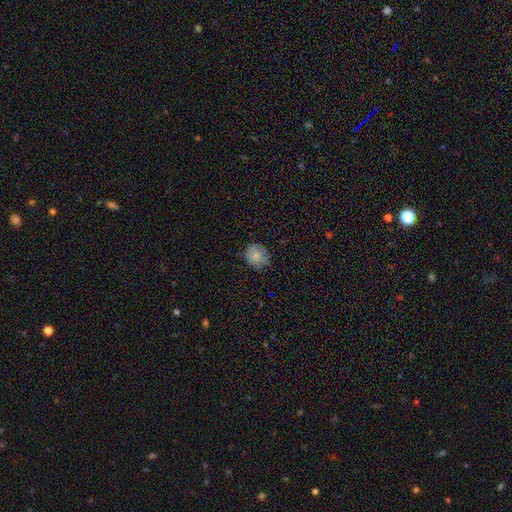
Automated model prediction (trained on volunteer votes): This is clearly a smooth galaxy (82%). How rounded: clearly round (83%). Merging: likely none (77%).